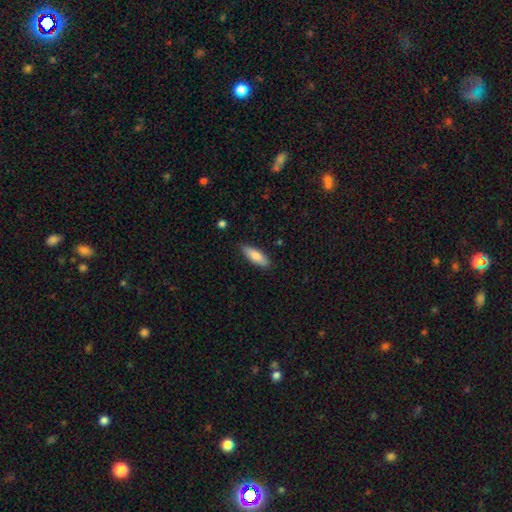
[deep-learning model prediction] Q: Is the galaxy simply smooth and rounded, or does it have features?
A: smooth — 80%.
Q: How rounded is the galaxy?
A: in between — 53%.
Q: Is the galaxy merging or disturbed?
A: none — 84%.